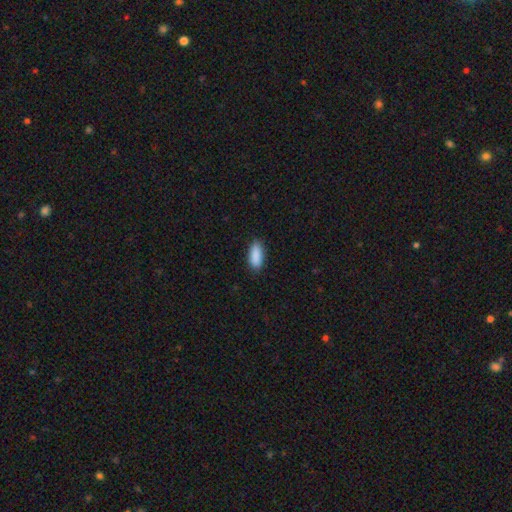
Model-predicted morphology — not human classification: This appears to be a smooth galaxy with no disk features (90%) that is in between round and cigar-shaped (81%). Merging: none (87%).